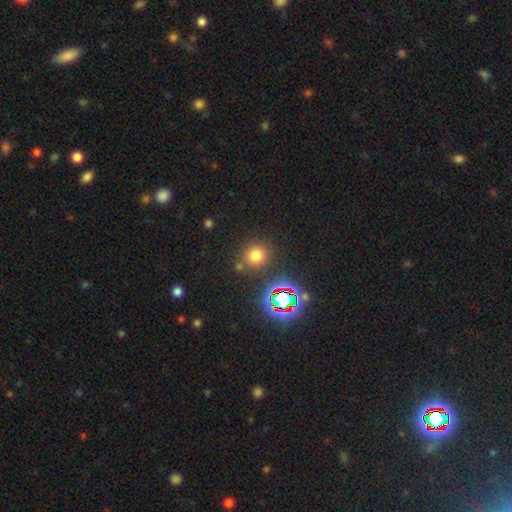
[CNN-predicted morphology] This is likely a smooth galaxy (69%). How rounded: clearly round (87%). Merging: clearly none (81%).